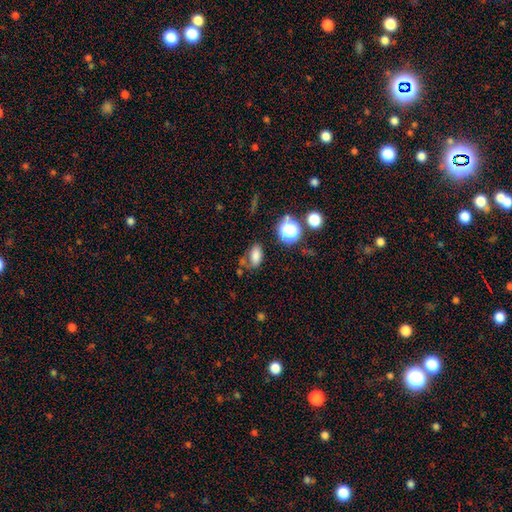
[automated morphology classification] type=smooth (77%); roundness=in between (84%); merging=none (58%).